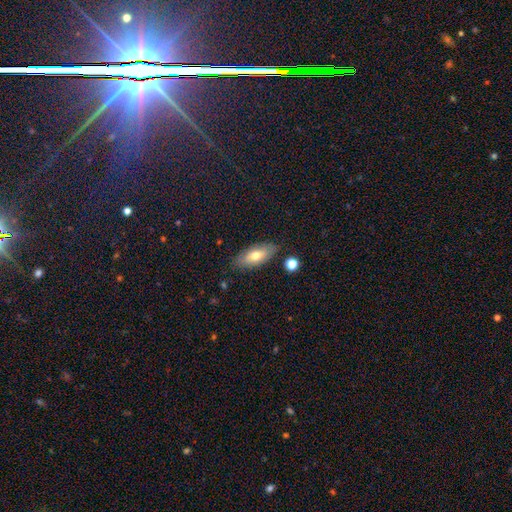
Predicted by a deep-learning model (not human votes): Smooth or featured?
  - smooth: 66% *
  - featured or disk: 26%
  - star or artifact: 7%
How rounded?
  - in between: 82% *
  - cigar-shaped: 14%
  - round: 3%
Merging?
  - none: 84% *
  - minor disturbance: 11%
  - major disturbance: 3%
  - merger: 2%